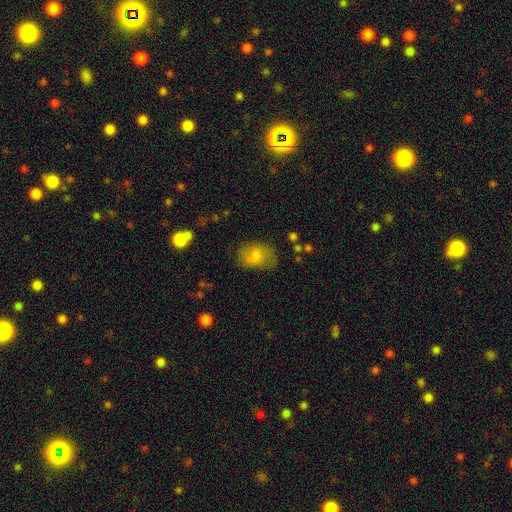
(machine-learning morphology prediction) Smooth or featured: smooth — 71% (featured or disk — 19%)
How rounded: in between — 71% (round — 28%)
Merging: none — 64% (minor disturbance — 23%)